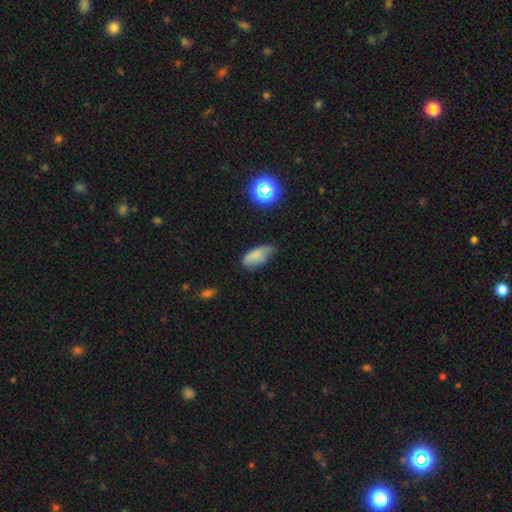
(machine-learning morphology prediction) Smooth or featured? smooth (74%)
How rounded? in between (89%)
Merging? none (47%)